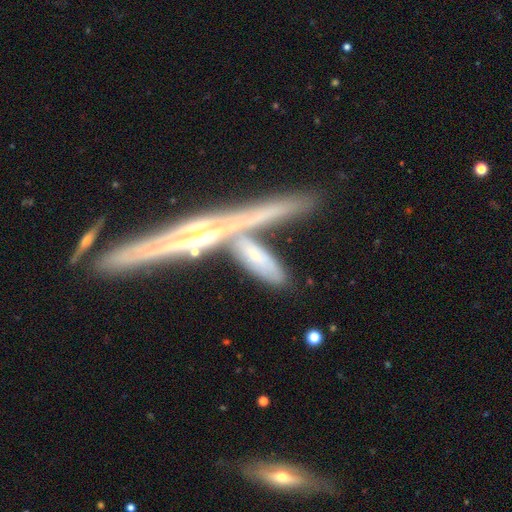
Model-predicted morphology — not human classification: The model was most divided on "merging": none: 41%, merger: 40%, minor disturbance: 14%, major disturbance: 5%. More confident: edge-on disk — yes (80%); smooth or featured — featured or disk (57%).